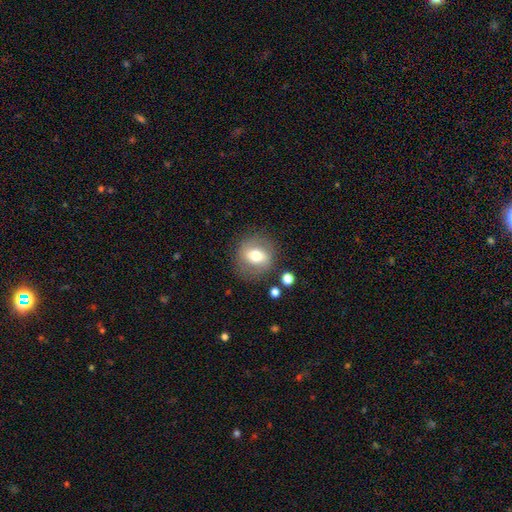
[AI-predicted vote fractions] Smooth or featured: smooth — 62% (featured or disk — 28%)
How rounded: round — 76% (in between — 23%)
Merging: none — 81% (minor disturbance — 12%)